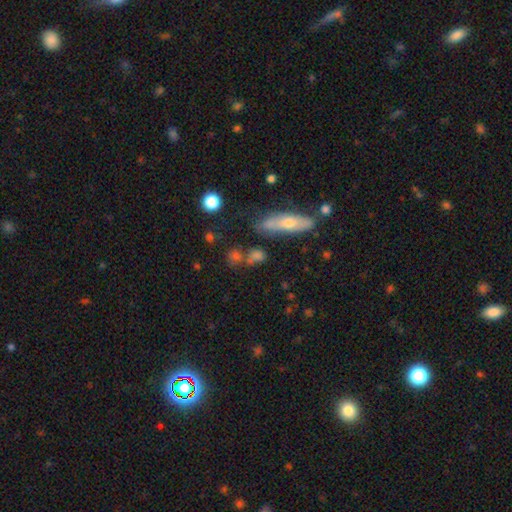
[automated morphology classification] This is likely a smooth galaxy (64%). How rounded: marginally round (38%). Merging: likely none (63%).